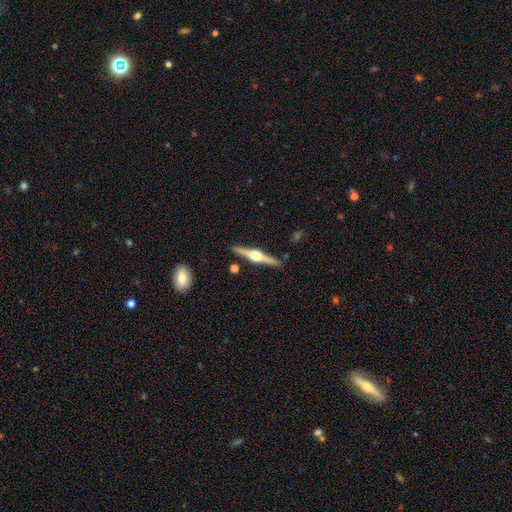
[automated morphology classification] This is clearly a featured or disk galaxy (81%). It is clearly viewed edge-on (98%). Edge-on bulge: clearly rounded (96%). Merging: clearly none (90%).